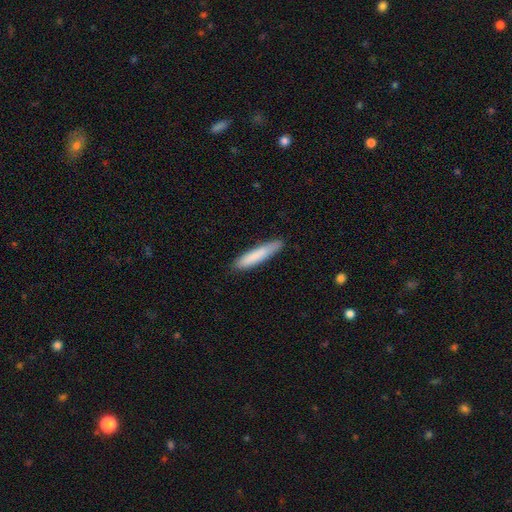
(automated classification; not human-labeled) Smooth or featured: smooth — 83% (featured or disk — 11%)
How rounded: cigar-shaped — 89% (in between — 10%)
Merging: none — 86% (minor disturbance — 11%)